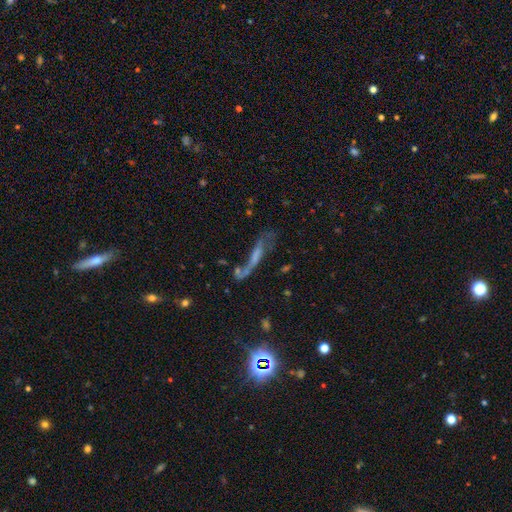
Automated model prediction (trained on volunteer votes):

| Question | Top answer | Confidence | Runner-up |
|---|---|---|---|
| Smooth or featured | featured or disk | 50% | smooth (29%) |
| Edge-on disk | no | 62% | yes (38%) |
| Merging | none | 33% | major disturbance (30%) |